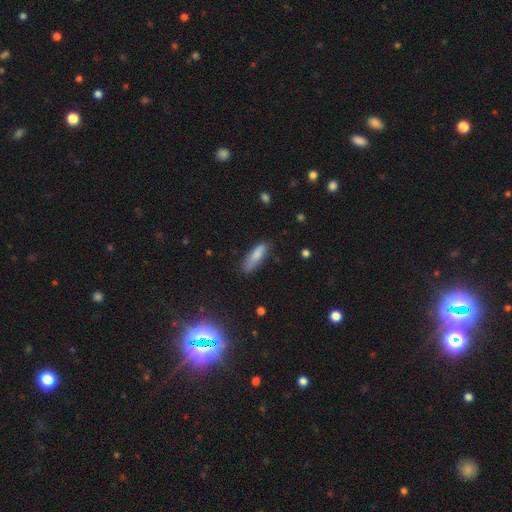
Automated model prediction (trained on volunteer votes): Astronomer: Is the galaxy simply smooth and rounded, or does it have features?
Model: smooth — 79%.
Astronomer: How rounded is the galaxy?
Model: cigar-shaped — 56% (runner-up: in between, 42%).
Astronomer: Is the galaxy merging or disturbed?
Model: none — 71%.